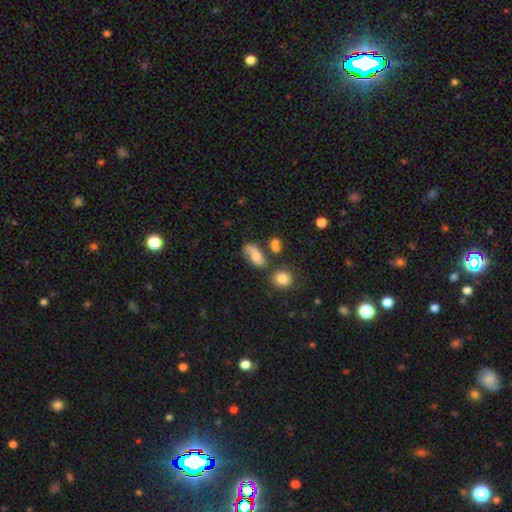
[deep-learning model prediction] A featured or disk galaxy (49%).

Vote fractions:
- Smooth or featured? featured or disk: 49% / smooth: 41% / star or artifact: 10%
- Merging? none: 46% / minor disturbance: 22% / major disturbance: 16% / merger: 15%